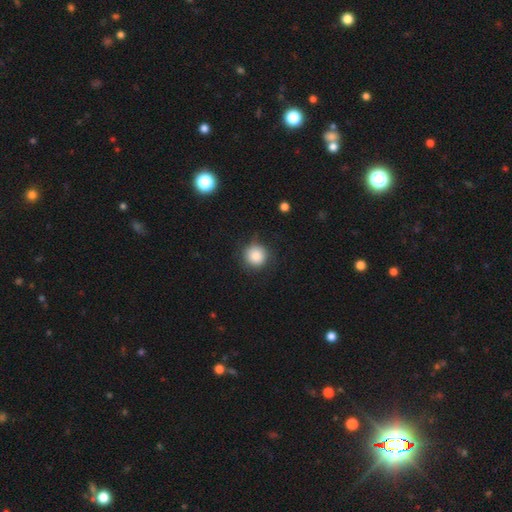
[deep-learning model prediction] smooth 86%, star or artifact 8%, featured or disk 5%. Down the decision tree: how rounded — round (94%); merging — none (81%).